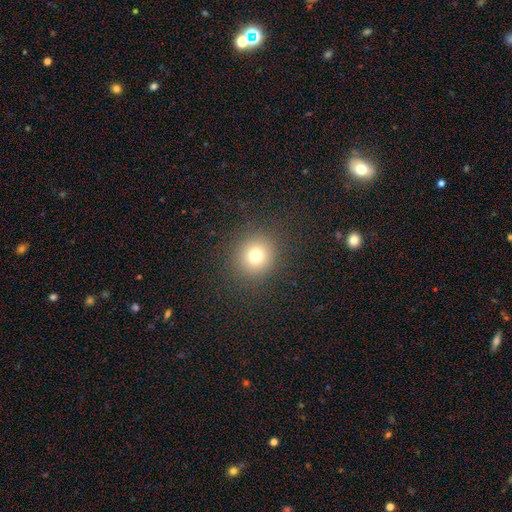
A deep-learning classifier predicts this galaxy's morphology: This is likely a smooth galaxy (77%). How rounded: clearly round (87%). Merging: clearly none (89%).